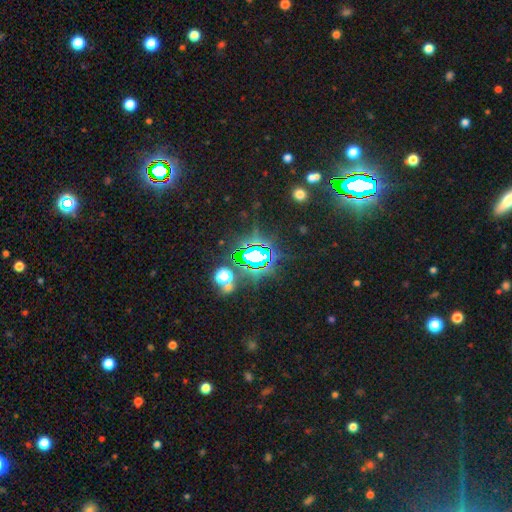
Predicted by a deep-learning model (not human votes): The model was most divided on "smooth or featured": star or artifact: 79%, smooth: 11%, featured or disk: 10%.